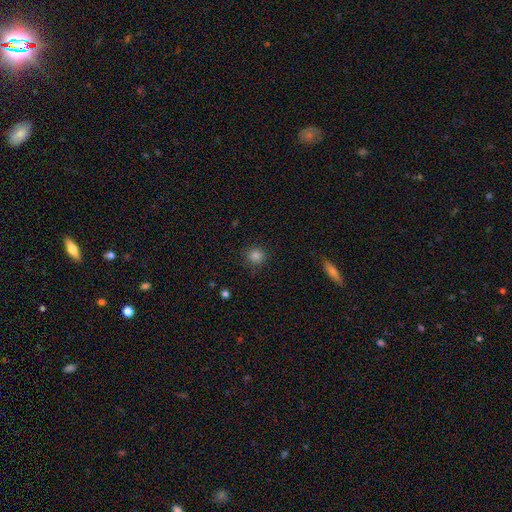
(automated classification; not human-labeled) Morphology: type=smooth (82%); roundness=round (93%); merging=none (89%).